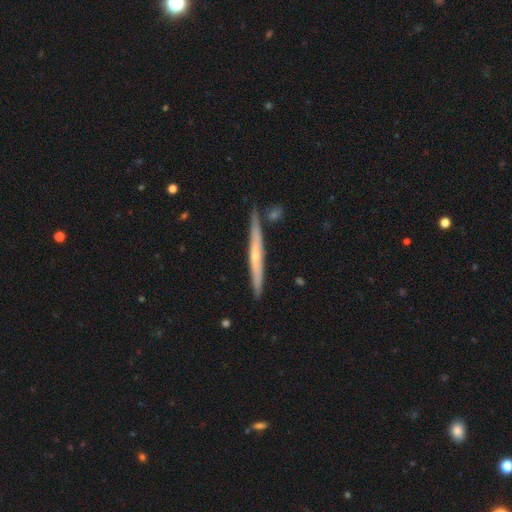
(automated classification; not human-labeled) featured or disk 62%, smooth 32%, star or artifact 6%. Down the decision tree: edge-on disk — yes (95%); edge-on bulge — rounded (52%); merging — none (82%).